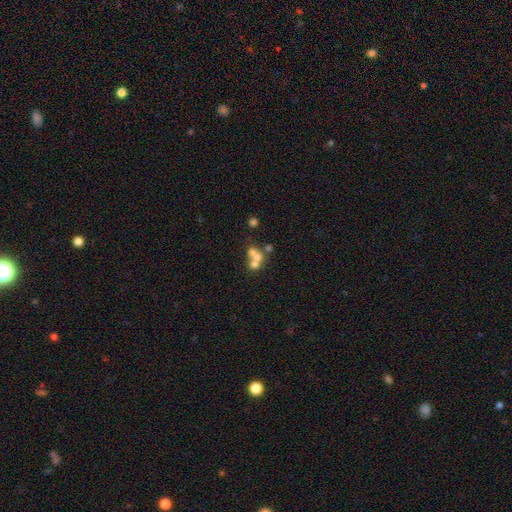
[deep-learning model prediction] Smooth or featured: smooth — 52% (featured or disk — 32%)
How rounded: round — 70% (in between — 29%)
Merging: merger — 62% (none — 26%)